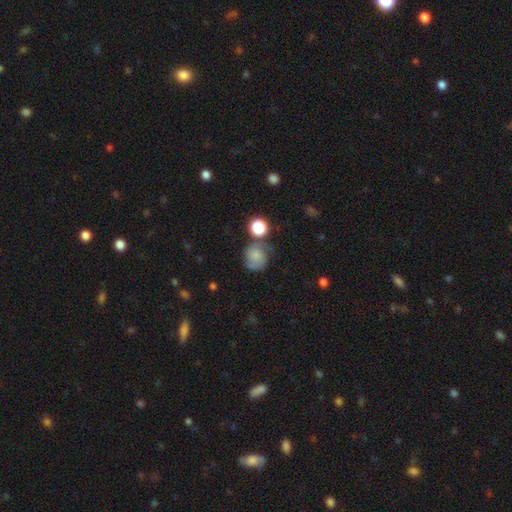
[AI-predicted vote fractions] Overall: smooth (60%; featured or disk 30%). How rounded: round (82%). Merging: none (51%; minor disturbance 24%).